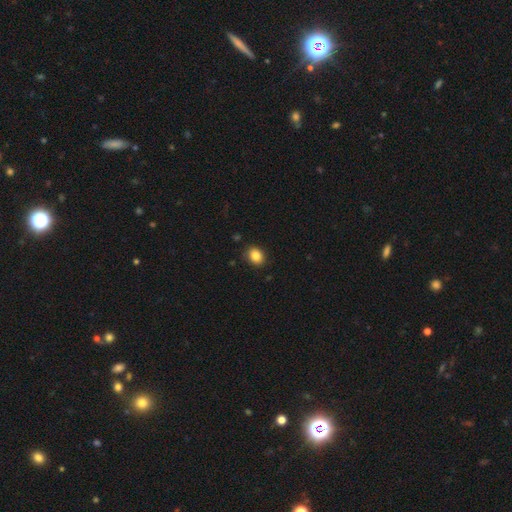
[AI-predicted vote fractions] Smooth or featured?
  - smooth: 86% *
  - star or artifact: 9%
  - featured or disk: 5%
How rounded?
  - in between: 58% *
  - round: 42%
  - cigar-shaped: 1%
Merging?
  - none: 87% *
  - minor disturbance: 9%
  - major disturbance: 2%
  - merger: 1%